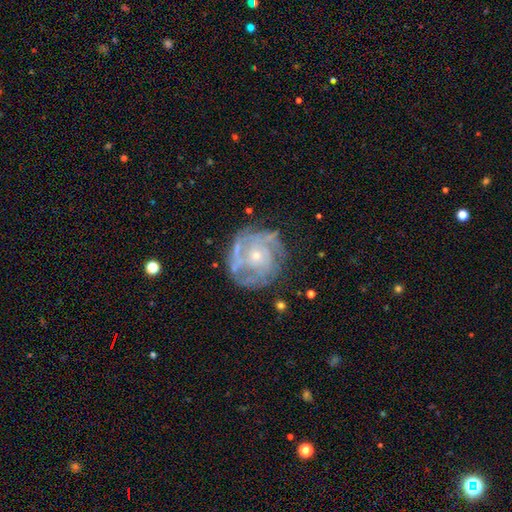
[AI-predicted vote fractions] featured or disk 82%, smooth 11%, star or artifact 7%. Down the decision tree: edge-on disk — no (98%); bar — no (79%); spiral arms — yes (88%); spiral arm count — can't tell (37%); spiral winding — tight (65%); bulge size — small (68%); merging — none (70%).